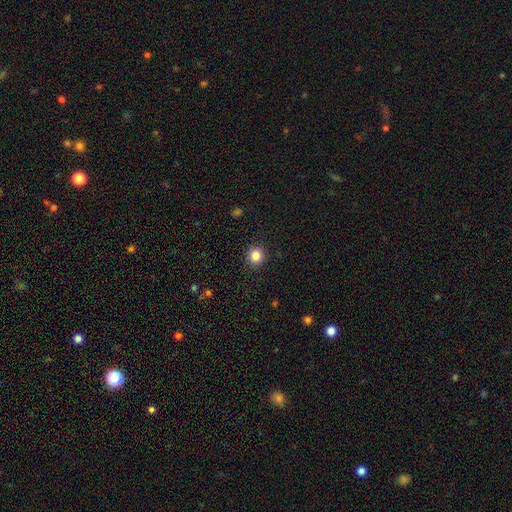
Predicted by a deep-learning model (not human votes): Overall: smooth (84%). How rounded: round (92%). Merging: none (92%).